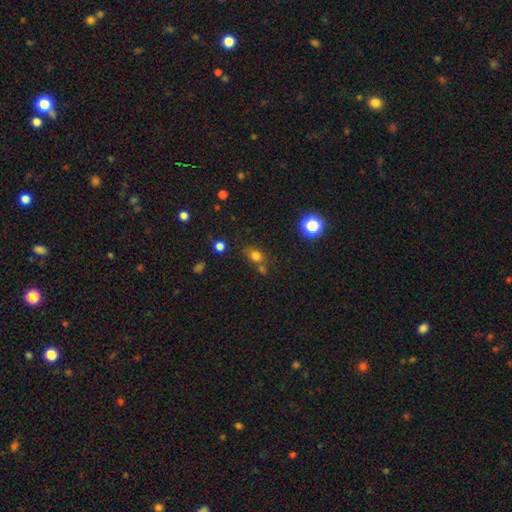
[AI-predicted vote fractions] Smooth or featured? Predicted: smooth (p=0.75). How rounded? Predicted: round (p=0.51). Merging? Predicted: none (p=0.61).